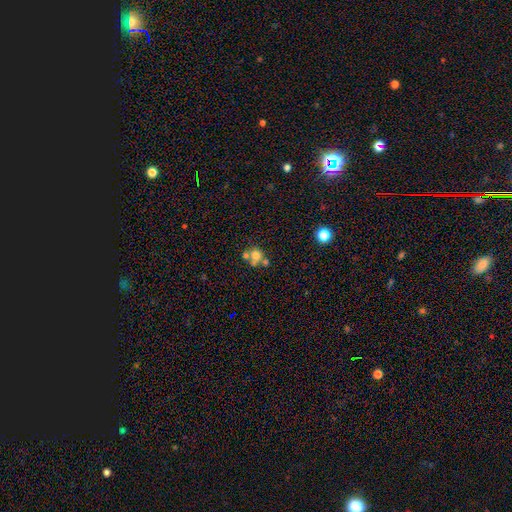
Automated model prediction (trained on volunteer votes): Smooth or featured? smooth (65%)
How rounded? round (80%)
Merging? merger (44%)